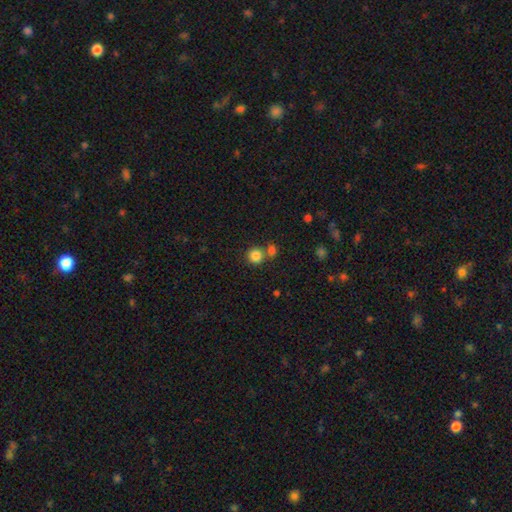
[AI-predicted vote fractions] A smooth galaxy with no disk features (85%) that is round (91%). Merging: none (66%).